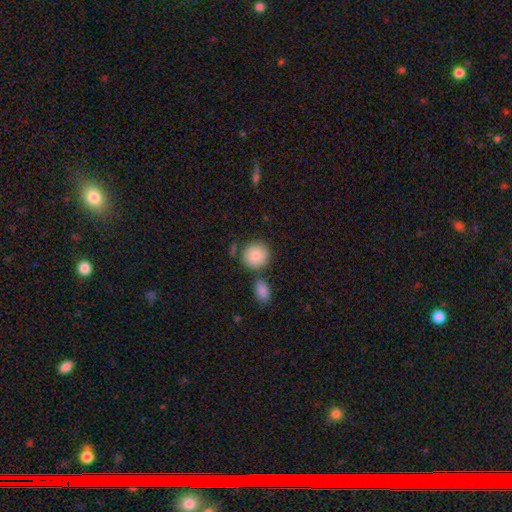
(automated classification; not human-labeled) Q: Smooth or featured?
A: smooth (88%); runner-up: star or artifact (7%)
Q: How rounded?
A: round (88%); runner-up: in between (11%)
Q: Merging?
A: none (72%); runner-up: merger (15%)